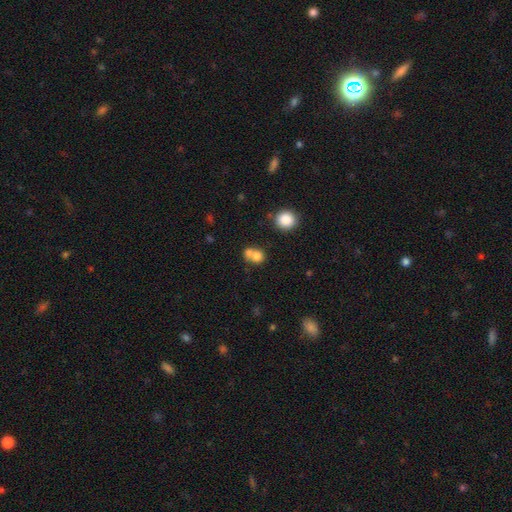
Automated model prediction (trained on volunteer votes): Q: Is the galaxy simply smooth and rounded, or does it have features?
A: smooth — 74%.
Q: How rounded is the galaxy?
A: round — 75%.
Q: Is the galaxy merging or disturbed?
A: merger — 57%.